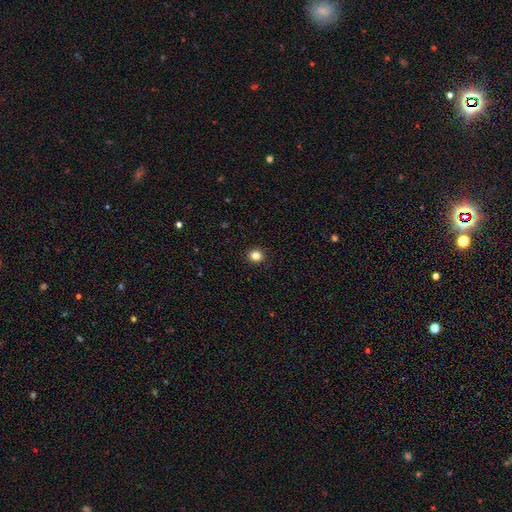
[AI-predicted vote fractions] Smooth or featured? Predicted: smooth (p=0.83). How rounded? Predicted: round (p=0.80). Merging? Predicted: none (p=0.92).